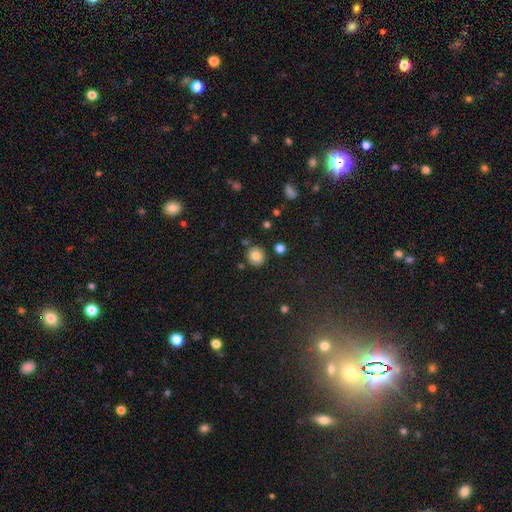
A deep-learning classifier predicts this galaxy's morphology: Smooth or featured? Predicted: smooth (p=0.77). How rounded? Predicted: round (p=0.87). Merging? Predicted: none (p=0.84).